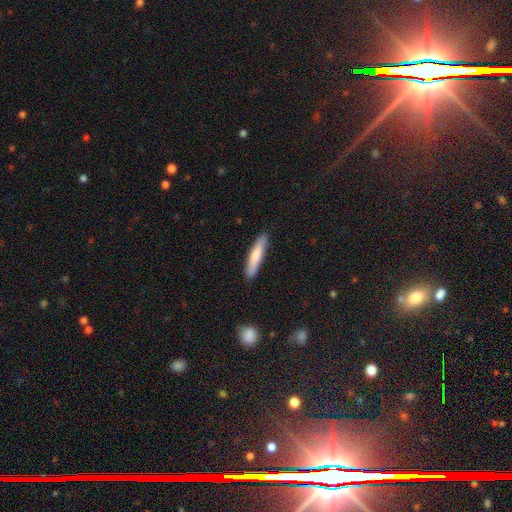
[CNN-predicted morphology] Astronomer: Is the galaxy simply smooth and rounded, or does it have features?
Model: smooth — 76%.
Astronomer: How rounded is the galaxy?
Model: cigar-shaped — 89%.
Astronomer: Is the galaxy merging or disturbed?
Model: none — 89%.